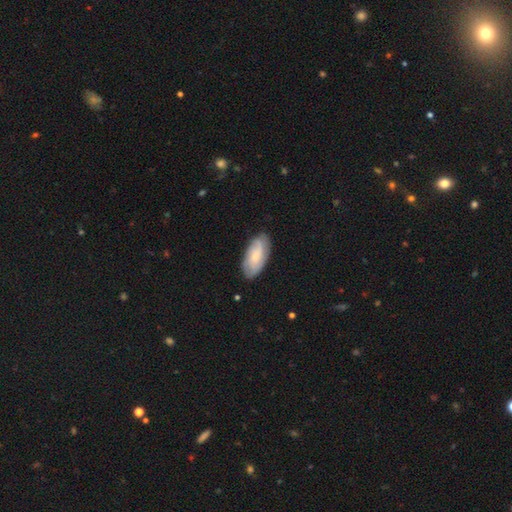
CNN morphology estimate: Smooth or featured: smooth — 49% (featured or disk — 45%)
Merging: none — 78% (minor disturbance — 17%)